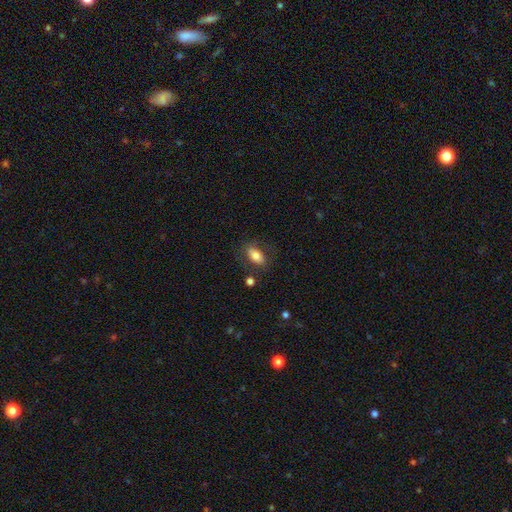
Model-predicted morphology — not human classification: A smooth galaxy with no disk features (76%) that is in between round and cigar-shaped (89%).

Vote fractions:
- Smooth or featured? smooth: 76% / featured or disk: 17% / star or artifact: 8%
- How rounded? in between: 89% / round: 5% / cigar-shaped: 5%
- Merging? none: 74% / minor disturbance: 15% / major disturbance: 7% / merger: 4%